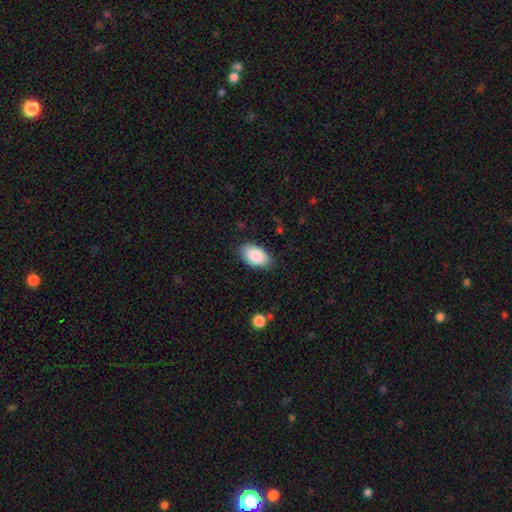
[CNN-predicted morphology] Overall: smooth (88%). How rounded: in between (94%). Merging: none (83%).